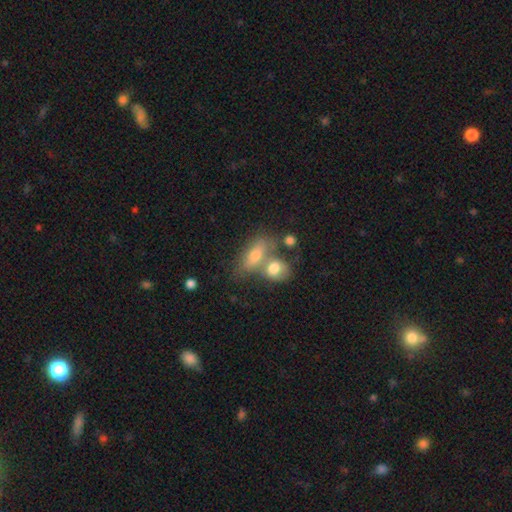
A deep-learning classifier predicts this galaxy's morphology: The model was most divided on "merging": merger: 43%, none: 39%, minor disturbance: 12%, major disturbance: 6%. More confident: how rounded — in between (75%); smooth or featured — smooth (67%).